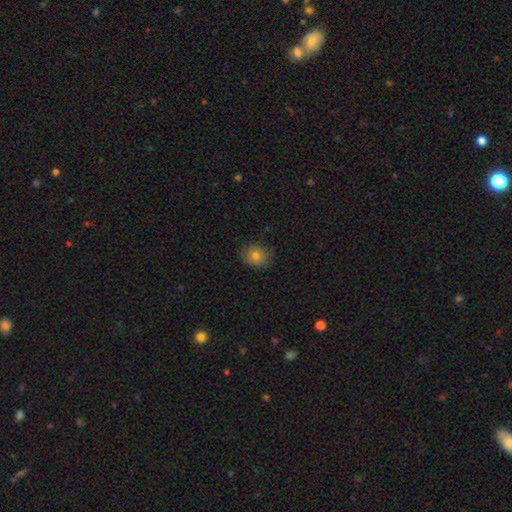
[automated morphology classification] Smooth or featured: smooth — 80% (star or artifact — 11%)
How rounded: round — 61% (in between — 38%)
Merging: none — 82% (minor disturbance — 14%)